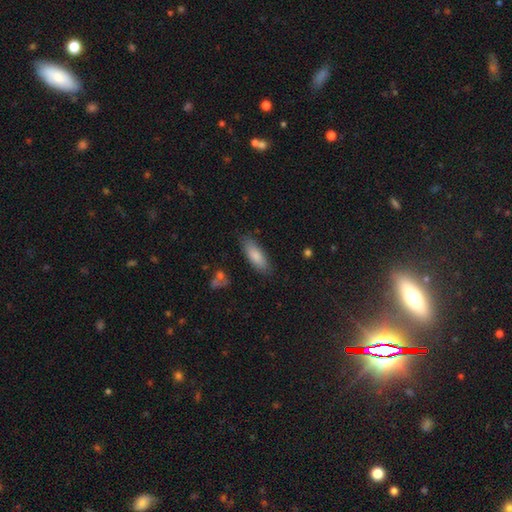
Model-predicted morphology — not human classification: A smooth galaxy with no disk features (82%) that is in between round and cigar-shaped (65%). Merging: none (82%).